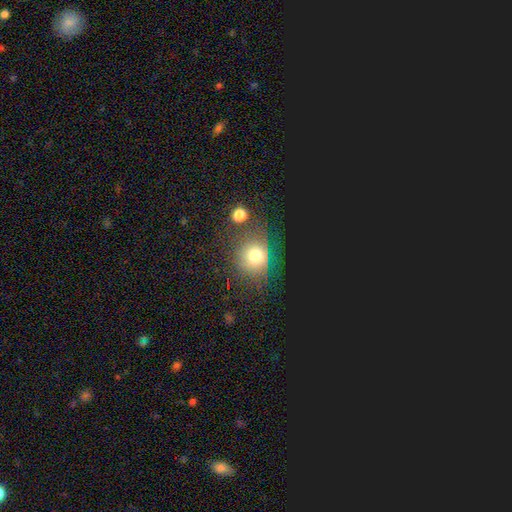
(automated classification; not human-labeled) smooth_or_featured: smooth (p=0.59) [alt: star or artifact p=0.25]
how_rounded: round (p=0.79) [alt: in between p=0.19]
merging: none (p=0.66) [alt: minor disturbance p=0.16]